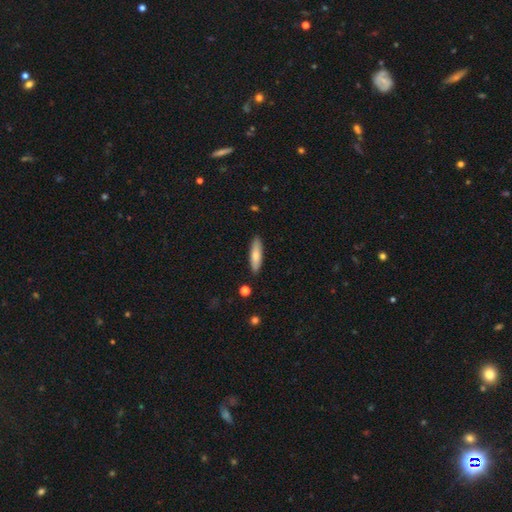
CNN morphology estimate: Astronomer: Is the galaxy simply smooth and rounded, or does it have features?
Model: smooth — 74%.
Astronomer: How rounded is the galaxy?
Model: cigar-shaped — 66%.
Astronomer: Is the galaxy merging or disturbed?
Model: none — 88%.